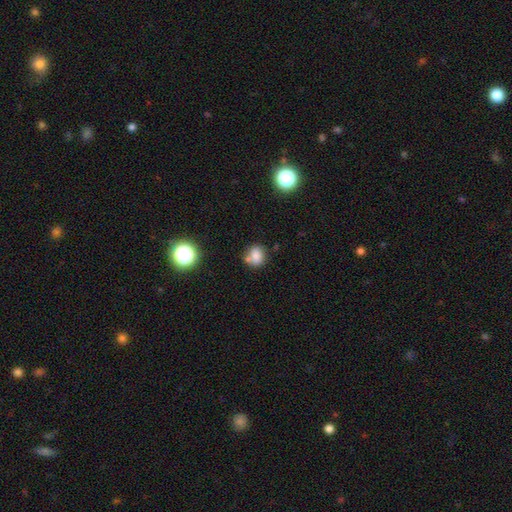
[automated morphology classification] Overall: smooth (77%). How rounded: round (66%; in between 33%). Merging: none (57%; merger 21%).